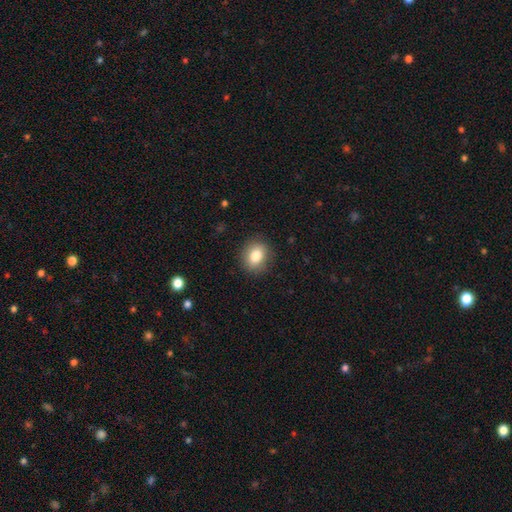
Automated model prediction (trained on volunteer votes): A smooth galaxy with no disk features (82%) that is round (52%).

Vote fractions:
- Smooth or featured? smooth: 82% / star or artifact: 9% / featured or disk: 9%
- How rounded? round: 52% / in between: 47% / cigar-shaped: 1%
- Merging? none: 86% / minor disturbance: 10% / major disturbance: 3% / merger: 1%